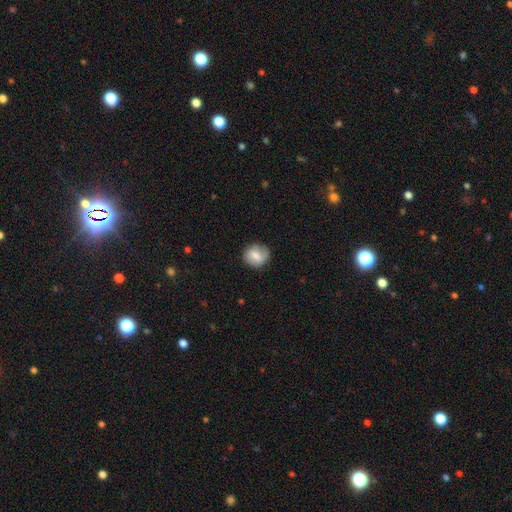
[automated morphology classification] smooth-or-featured: smooth: 69% | featured or disk: 24% | star or artifact: 8%
  how-rounded: round: 81% | in between: 18% | cigar-shaped: 1%
  merging: none: 82% | minor disturbance: 14% | major disturbance: 4% | merger: 1%